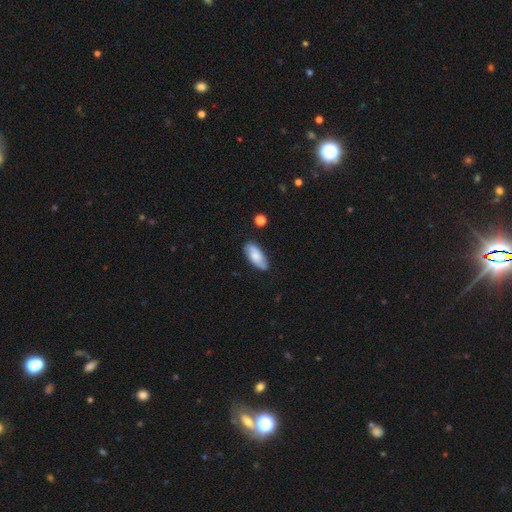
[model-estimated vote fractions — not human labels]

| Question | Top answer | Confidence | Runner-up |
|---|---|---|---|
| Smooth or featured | smooth | 69% | featured or disk (25%) |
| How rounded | in between | 85% | cigar-shaped (13%) |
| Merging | none | 82% | minor disturbance (13%) |